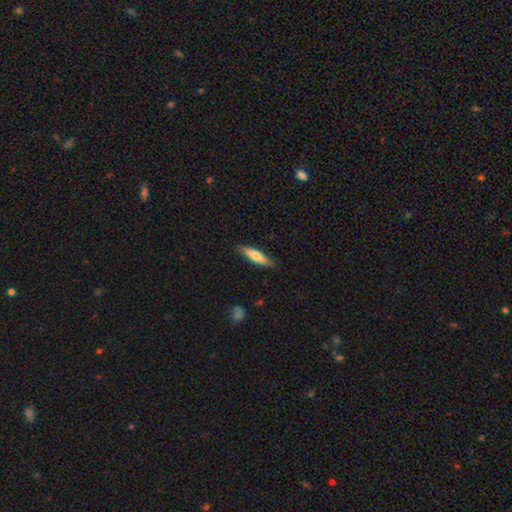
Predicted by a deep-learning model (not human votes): smooth_or_featured: smooth (p=0.68) [alt: featured or disk p=0.27]
how_rounded: cigar-shaped (p=0.72) [alt: in between p=0.26]
merging: none (p=0.84) [alt: minor disturbance p=0.13]